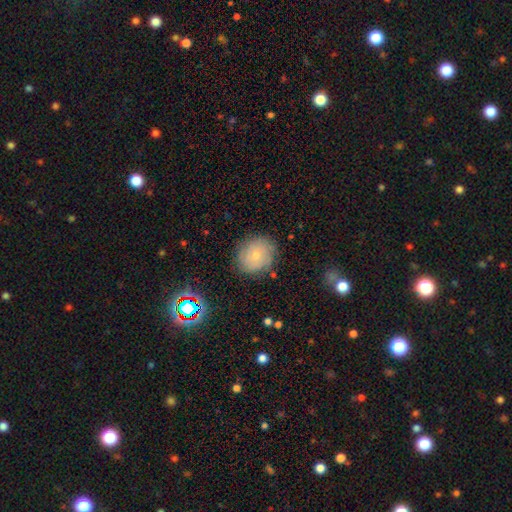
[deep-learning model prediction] smooth 53%, featured or disk 35%, star or artifact 12%. Down the decision tree: how rounded — round (68%); merging — none (80%).